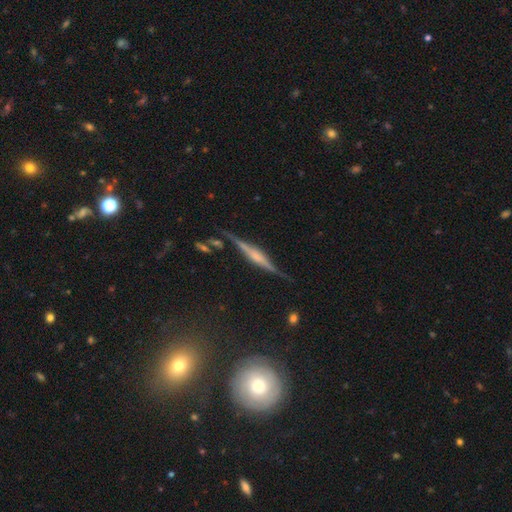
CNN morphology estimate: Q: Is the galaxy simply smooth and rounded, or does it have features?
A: featured or disk — 79%.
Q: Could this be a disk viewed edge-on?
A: yes — 96%.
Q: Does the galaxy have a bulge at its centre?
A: rounded — 55%.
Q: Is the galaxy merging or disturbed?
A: none — 80%.